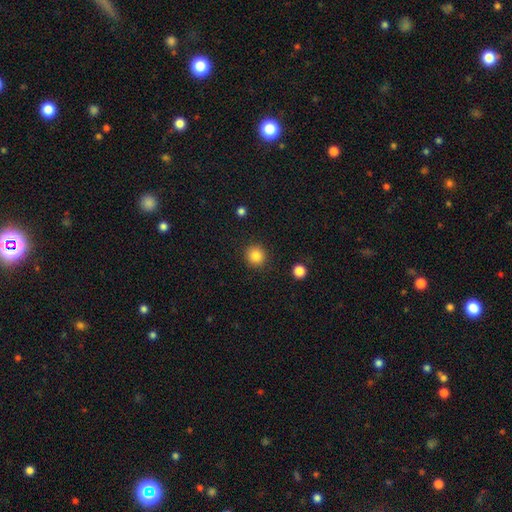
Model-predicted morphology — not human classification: Smooth or featured? Predicted: smooth (p=0.85). How rounded? Predicted: round (p=0.91). Merging? Predicted: none (p=0.91).